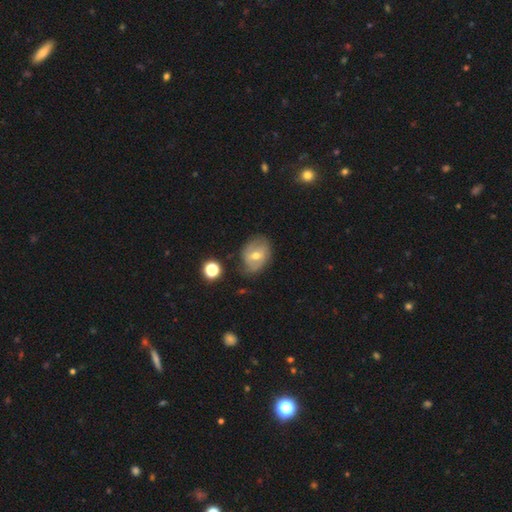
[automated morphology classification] This appears to be a featured or disk galaxy (60%) with a weak bar (48%), spiral arms (72%) and a moderate central bulge (67%). Merging: none (67%).